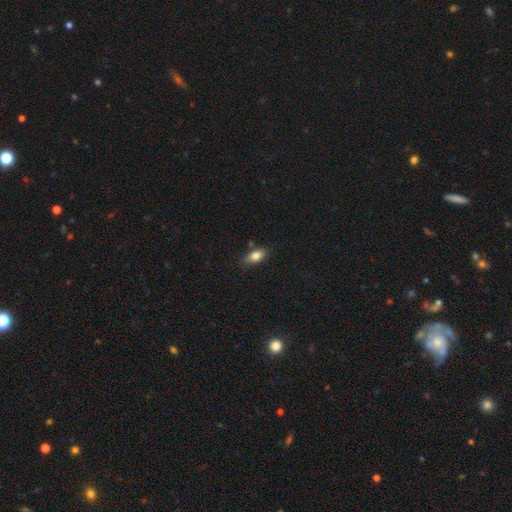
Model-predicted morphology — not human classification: Overall: smooth (82%). How rounded: in between (86%). Merging: none (73%).